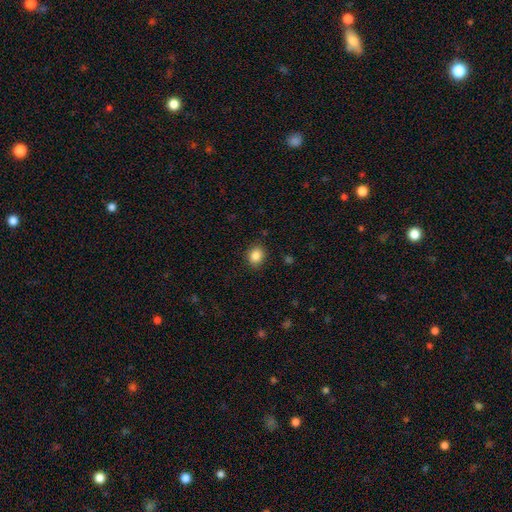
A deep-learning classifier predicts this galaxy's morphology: smooth 86%, star or artifact 10%, featured or disk 4%. Down the decision tree: how rounded — round (64%); merging — none (89%).